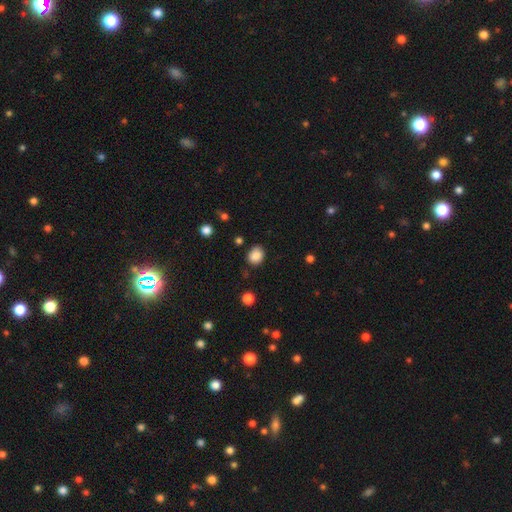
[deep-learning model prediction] Overall: smooth (87%). How rounded: round (53%; in between 46%). Merging: none (80%).